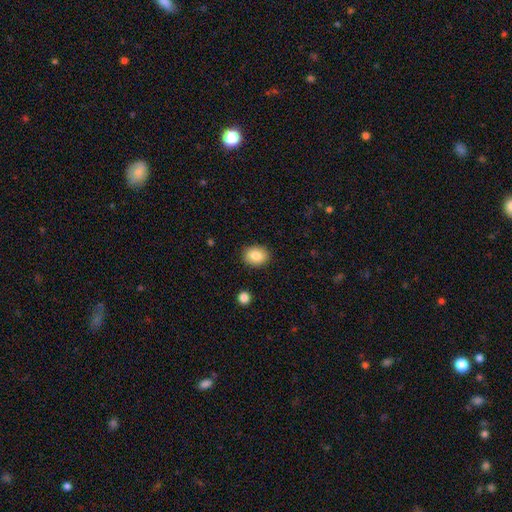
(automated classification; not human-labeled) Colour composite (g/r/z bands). It shows a smooth galaxy with no disk features (85%) that is in between round and cigar-shaped (56%). Merging: none (88%).